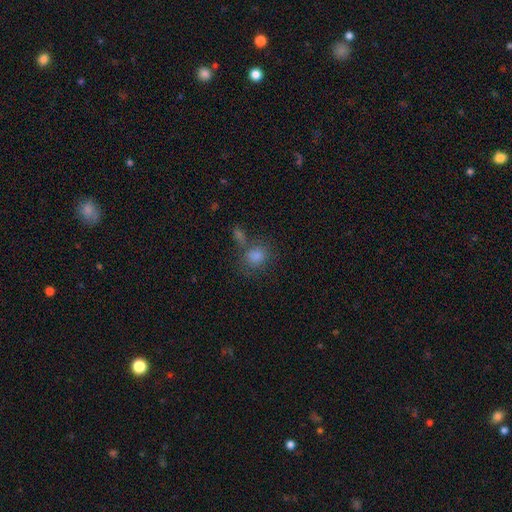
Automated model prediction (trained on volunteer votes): Q: Smooth or featured?
A: smooth (77%); runner-up: star or artifact (15%)
Q: How rounded?
A: round (69%); runner-up: in between (29%)
Q: Merging?
A: none (57%); runner-up: merger (24%)